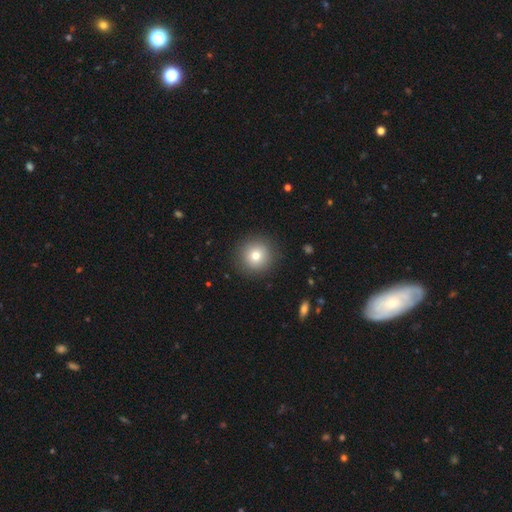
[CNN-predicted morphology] Q: Smooth or featured?
A: smooth (77%); runner-up: featured or disk (12%)
Q: How rounded?
A: round (94%); runner-up: in between (5%)
Q: Merging?
A: none (90%); runner-up: minor disturbance (7%)